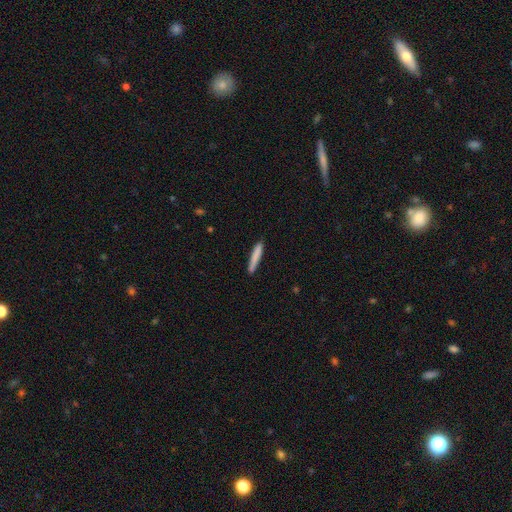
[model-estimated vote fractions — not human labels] Overall: smooth (82%). How rounded: cigar-shaped (94%). Merging: none (88%).